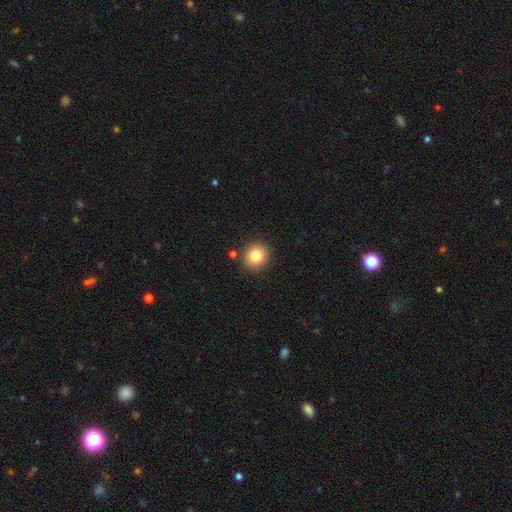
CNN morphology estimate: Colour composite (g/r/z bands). It shows a smooth galaxy with no disk features (83%) that is round (85%). Merging: none (86%).